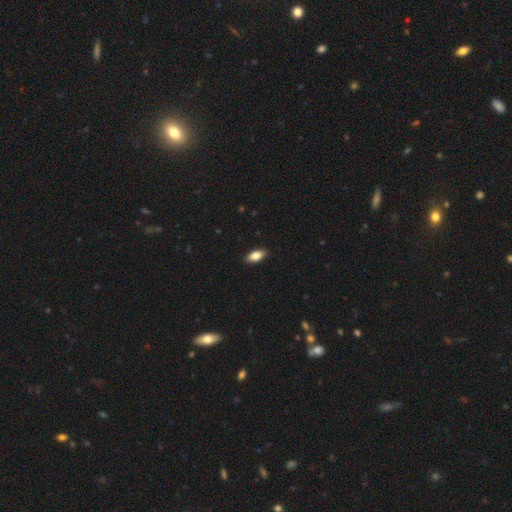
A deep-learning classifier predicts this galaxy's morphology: Overall: smooth (83%). How rounded: in between (89%). Merging: none (89%).